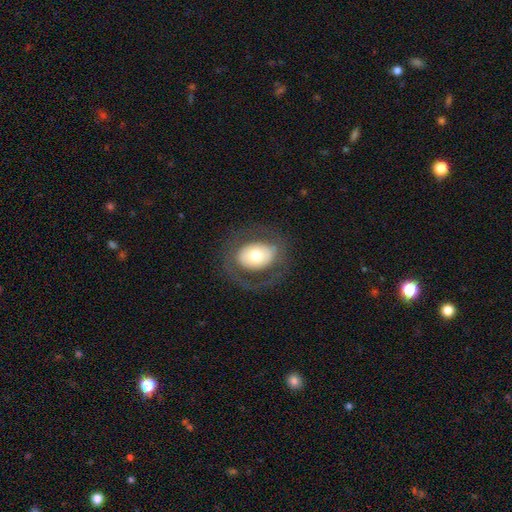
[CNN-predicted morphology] Overall: smooth (50%; featured or disk 43%). Merging: none (74%).